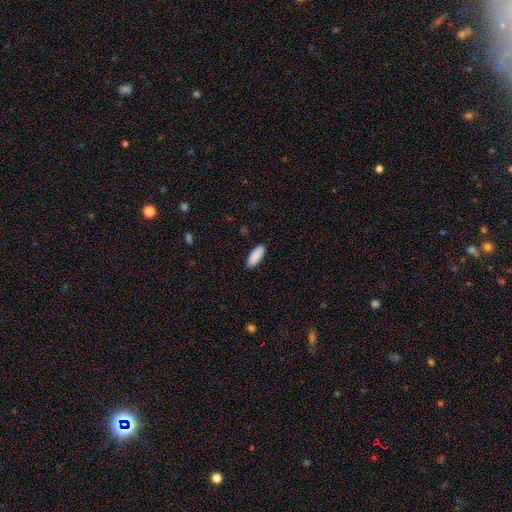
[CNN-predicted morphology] A smooth galaxy with no disk features (91%) that is in between round and cigar-shaped (76%). Merging: none (89%).